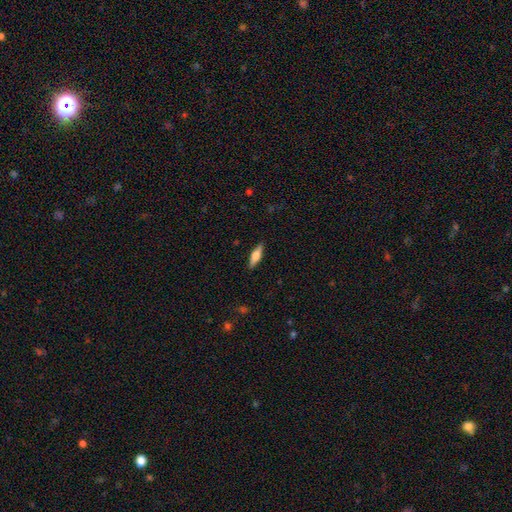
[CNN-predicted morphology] type=smooth (47%, tied with featured or disk); merging=none (89%).